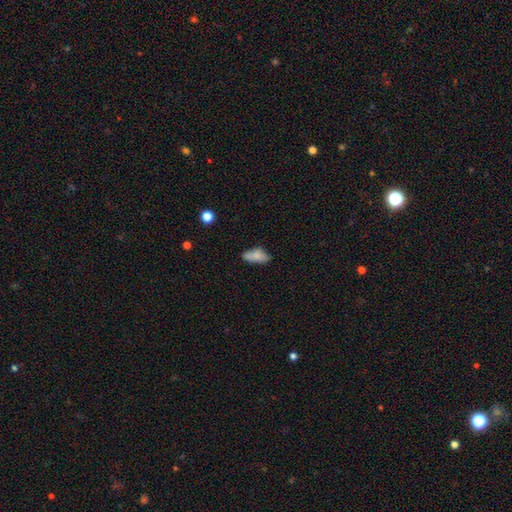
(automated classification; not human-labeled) The model was most divided on "merging": none: 64%, minor disturbance: 26%, major disturbance: 6%, merger: 4%. More confident: how rounded — in between (86%); smooth or featured — smooth (79%).